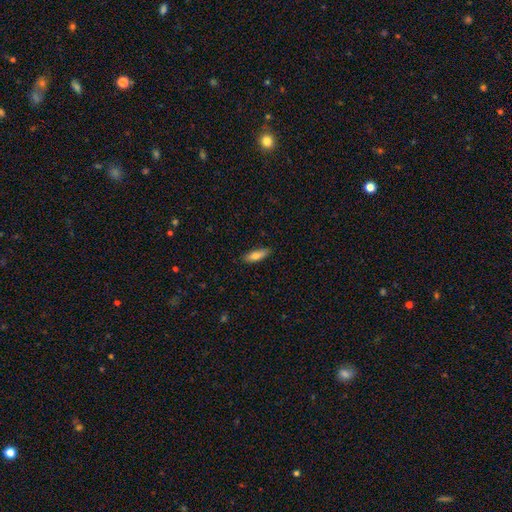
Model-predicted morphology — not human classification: The model was most divided on "how rounded": in between: 56%, cigar-shaped: 42%, round: 2%. More confident: merging — none (86%); smooth or featured — smooth (76%).